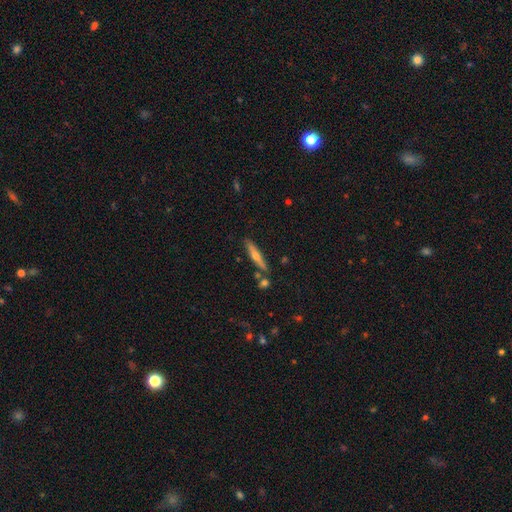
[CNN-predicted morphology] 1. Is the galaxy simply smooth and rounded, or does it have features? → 51% featured or disk, 42% smooth, 7% star or artifact.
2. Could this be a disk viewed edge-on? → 94% yes, 6% no.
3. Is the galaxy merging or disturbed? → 81% none, 10% minor disturbance, 7% merger, 2% major disturbance.